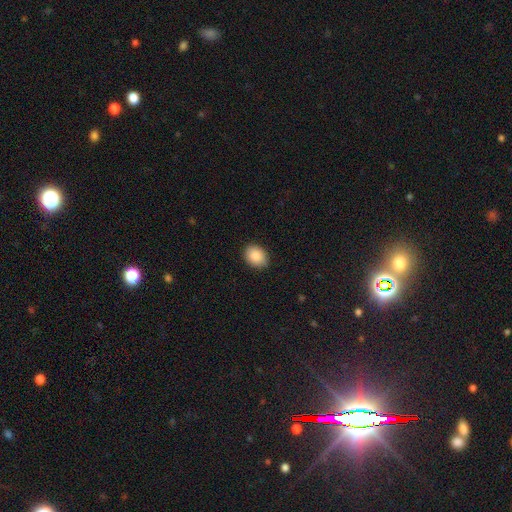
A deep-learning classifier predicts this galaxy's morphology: smooth_or_featured: smooth (p=0.87) [alt: star or artifact p=0.08]
how_rounded: in between (p=0.54) [alt: round p=0.45]
merging: none (p=0.87) [alt: minor disturbance p=0.10]